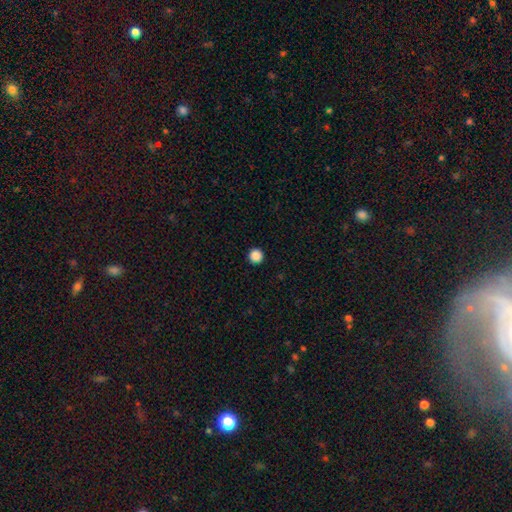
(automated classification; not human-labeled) This appears to be a smooth galaxy with no disk features (88%) that is round (97%). Merging: none (94%).